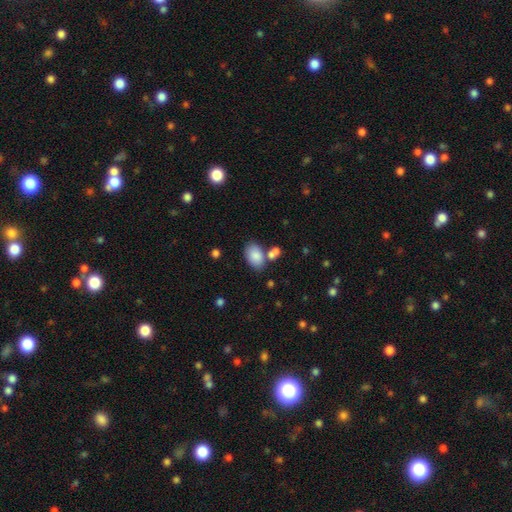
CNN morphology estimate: Smooth or featured?
  - smooth: 85% *
  - featured or disk: 8%
  - star or artifact: 7%
How rounded?
  - in between: 91% *
  - round: 8%
  - cigar-shaped: 1%
Merging?
  - none: 64% *
  - merger: 17%
  - minor disturbance: 14%
  - major disturbance: 4%